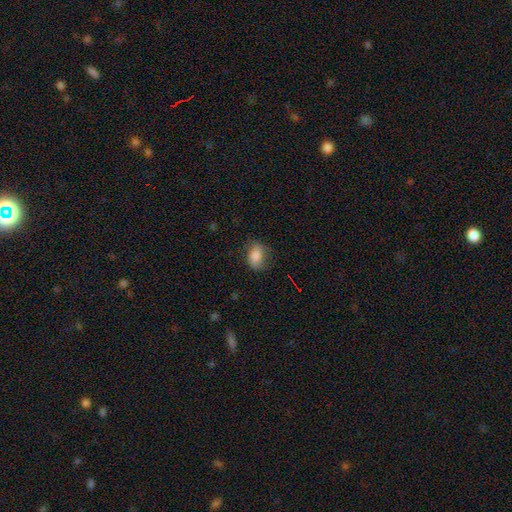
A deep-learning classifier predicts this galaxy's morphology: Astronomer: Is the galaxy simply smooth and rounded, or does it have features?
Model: smooth — 79%.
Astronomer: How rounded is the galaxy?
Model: in between — 79%.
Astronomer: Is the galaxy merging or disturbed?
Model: none — 71%.